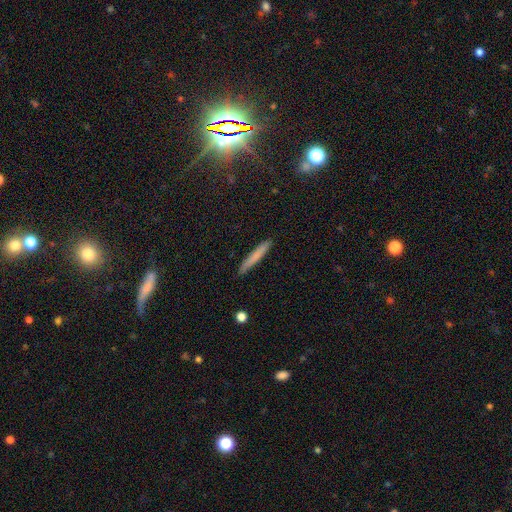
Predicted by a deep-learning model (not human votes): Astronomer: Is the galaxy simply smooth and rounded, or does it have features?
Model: smooth — 71%.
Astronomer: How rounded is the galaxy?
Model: cigar-shaped — 96%.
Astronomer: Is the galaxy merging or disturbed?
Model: none — 90%.